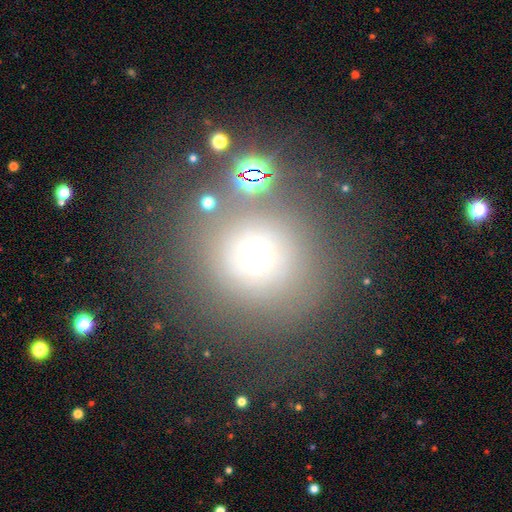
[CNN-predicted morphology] The model was most divided on "smooth or featured": smooth: 57%, star or artifact: 27%, featured or disk: 16%. More confident: how rounded — round (94%); merging — none (71%).